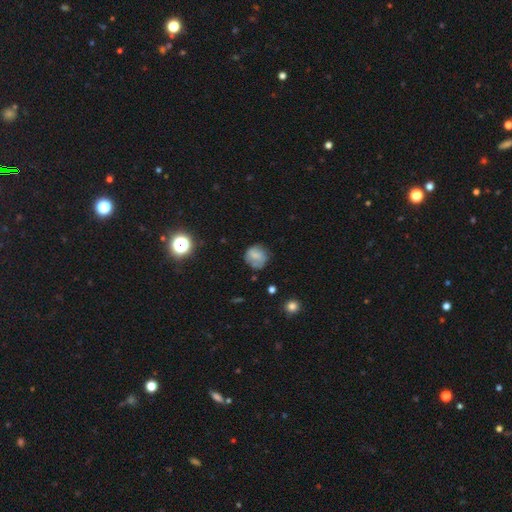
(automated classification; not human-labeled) Q: Smooth or featured?
A: smooth (67%); runner-up: featured or disk (22%)
Q: How rounded?
A: round (80%); runner-up: in between (19%)
Q: Merging?
A: none (61%); runner-up: minor disturbance (26%)